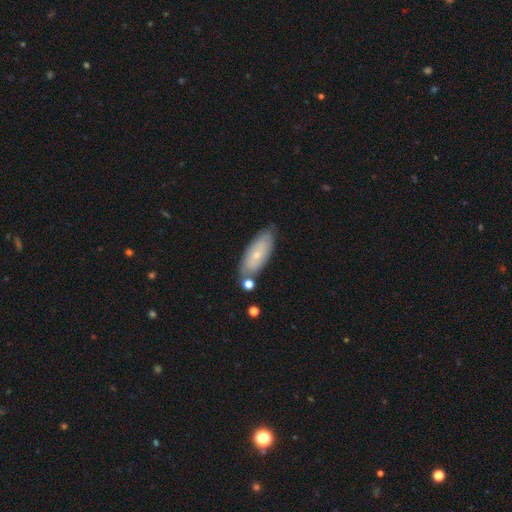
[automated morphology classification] This is possibly a smooth galaxy (54%). How rounded: likely in between (69%). Merging: likely none (78%).